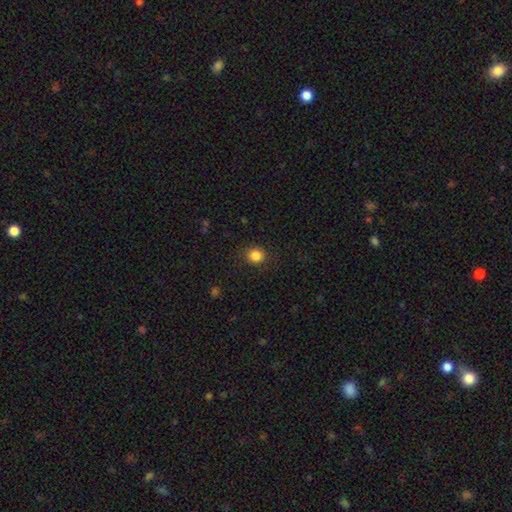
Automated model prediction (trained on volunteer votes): Smooth or featured: smooth — 86% (star or artifact — 11%)
How rounded: round — 85% (in between — 14%)
Merging: none — 87% (minor disturbance — 8%)